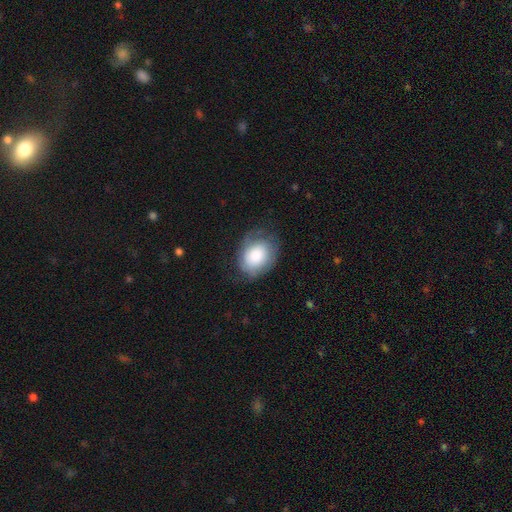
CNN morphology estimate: smooth 73%, featured or disk 20%, star or artifact 7%. Down the decision tree: how rounded — in between (66%); merging — none (62%).